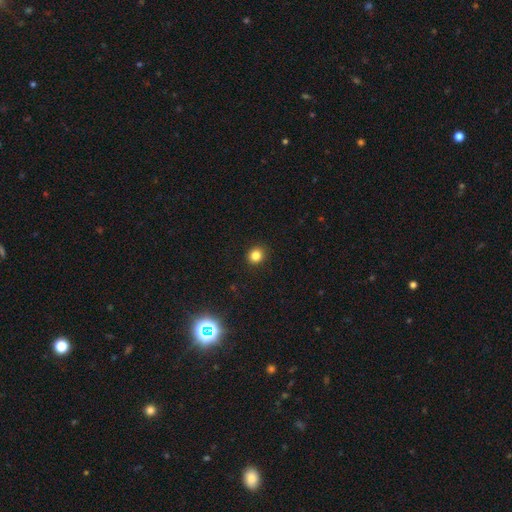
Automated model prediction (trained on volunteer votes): Morphology: type=smooth (83%); roundness=round (88%); merging=none (92%).